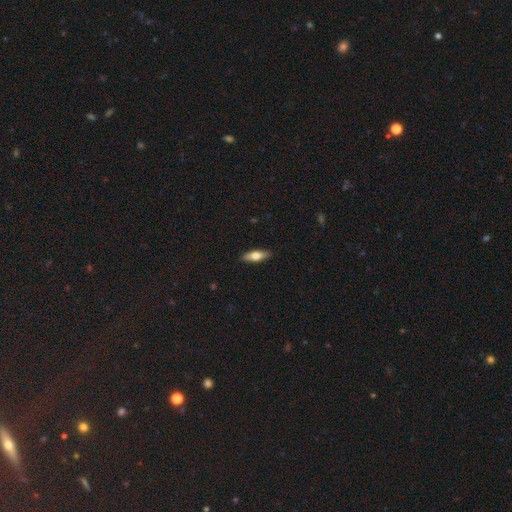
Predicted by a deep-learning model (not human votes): The model was most divided on "how rounded": in between: 51%, cigar-shaped: 46%, round: 3%. More confident: merging — none (89%); smooth or featured — smooth (63%).